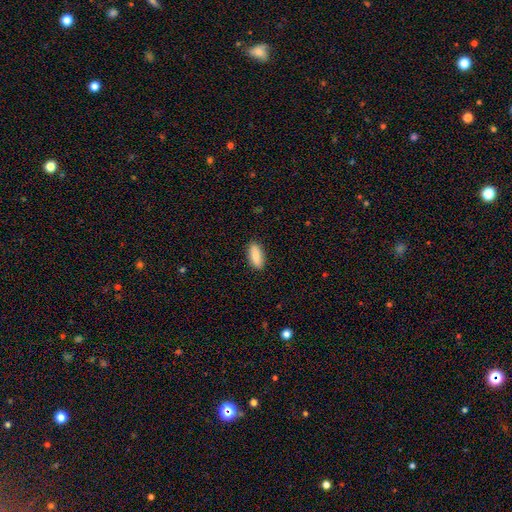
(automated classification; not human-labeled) Morphology: type=smooth (85%); roundness=in between (79%); merging=none (88%).